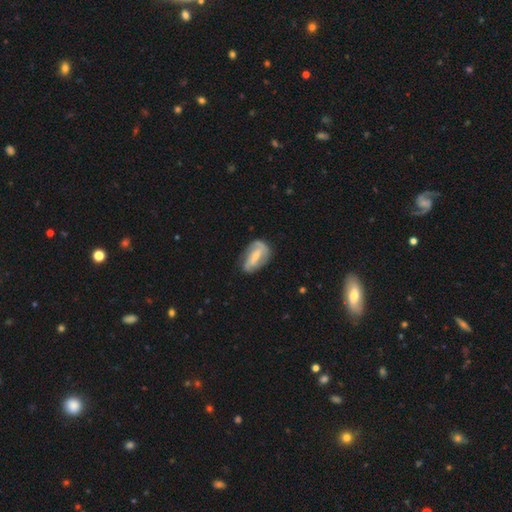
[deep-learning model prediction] Smooth or featured? Predicted: featured or disk (p=0.66). Edge-on disk? Predicted: no (p=0.94). Bar? Predicted: strong (p=0.42). Spiral arms? Predicted: yes (p=0.82). Spiral winding? Predicted: medium (p=0.39). Spiral arm count? Predicted: 2 (p=0.66). Bulge size? Predicted: small (p=0.48). Merging? Predicted: none (p=0.61).